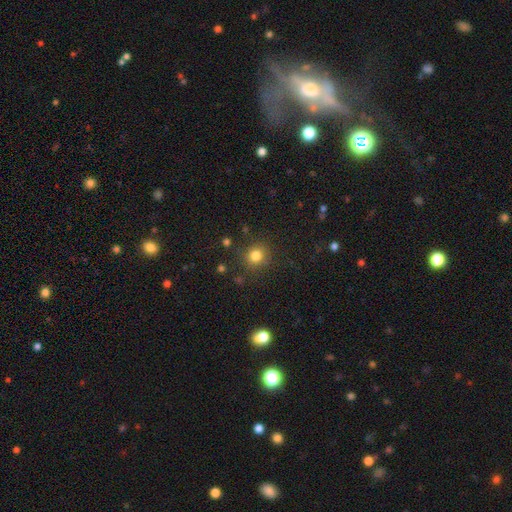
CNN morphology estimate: Smooth or featured: smooth — 81% (star or artifact — 14%)
How rounded: round — 89% (in between — 10%)
Merging: none — 85% (minor disturbance — 9%)